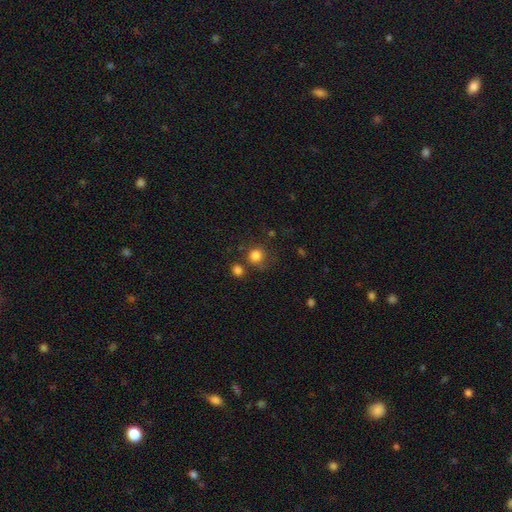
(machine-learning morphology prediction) smooth_or_featured: smooth (p=0.82) [alt: star or artifact p=0.12]
how_rounded: round (p=0.88) [alt: in between p=0.11]
merging: none (p=0.68) [alt: minor disturbance p=0.13]